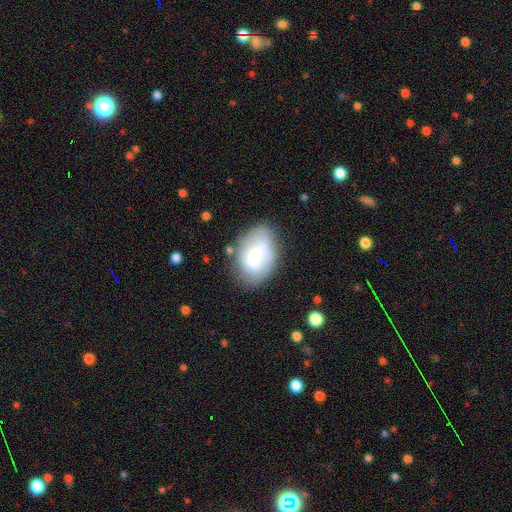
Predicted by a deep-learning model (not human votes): Smooth or featured? Predicted: smooth (p=0.68). How rounded? Predicted: in between (p=0.84). Merging? Predicted: none (p=0.58).